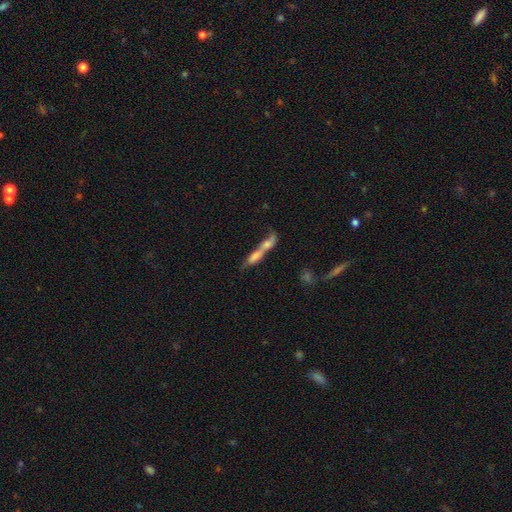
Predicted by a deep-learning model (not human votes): Smooth or featured? Predicted: smooth (p=0.52). How rounded? Predicted: cigar-shaped (p=0.58). Merging? Predicted: merger (p=0.71).